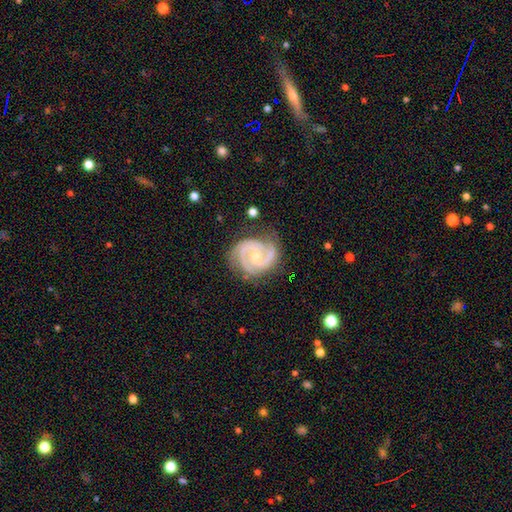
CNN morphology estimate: This is clearly a featured or disk galaxy (91%). It is clearly not viewed edge-on (98%). Bar: likely no (66%). Spiral arm pattern: clearly yes (98%). Spiral arm count: possibly 2 (57%). Spiral winding: possibly tight (58%). Central bulge: possibly small (50%). Merging: likely none (74%).